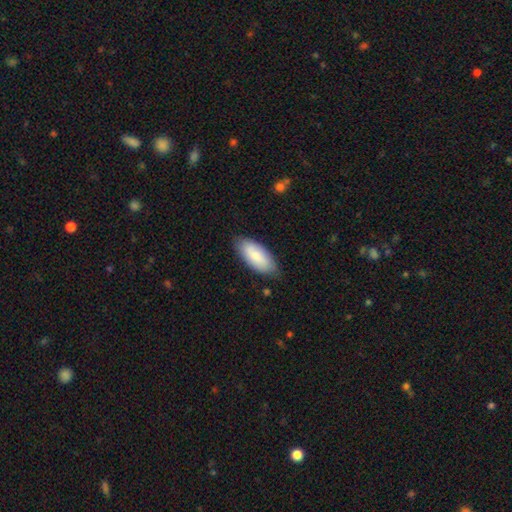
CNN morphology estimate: Smooth or featured?
  - smooth: 78% *
  - featured or disk: 17%
  - star or artifact: 5%
How rounded?
  - in between: 89% *
  - cigar-shaped: 9%
  - round: 2%
Merging?
  - none: 80% *
  - minor disturbance: 16%
  - major disturbance: 3%
  - merger: 1%